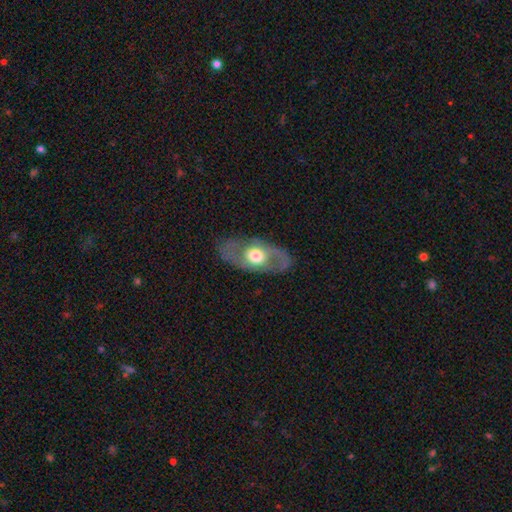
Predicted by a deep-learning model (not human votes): Smooth or featured? Predicted: featured or disk (p=0.62). Edge-on disk? Predicted: no (p=0.85). Bar? Predicted: no (p=0.82). Spiral arms? Predicted: no (p=0.65). Bulge size? Predicted: moderate (p=0.55). Merging? Predicted: none (p=0.80).